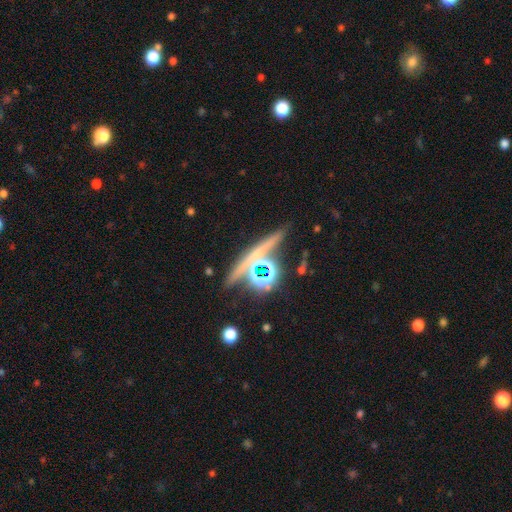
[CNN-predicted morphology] Overall: star or artifact (45%; featured or disk 32%).